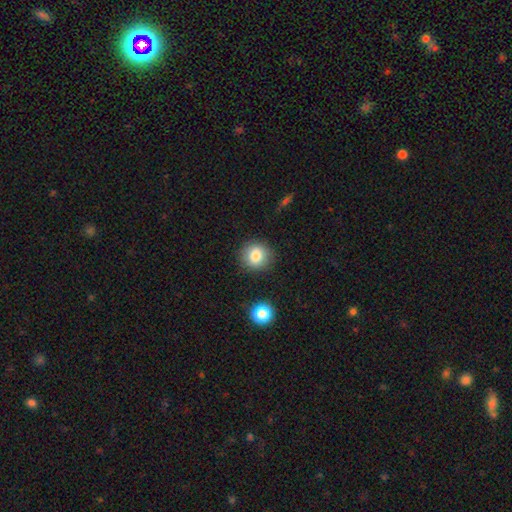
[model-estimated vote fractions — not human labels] smooth 83%, star or artifact 10%, featured or disk 7%. Down the decision tree: how rounded — round (90%); merging — none (87%).